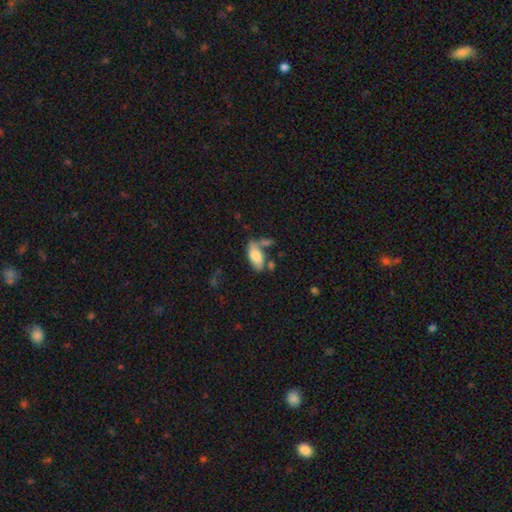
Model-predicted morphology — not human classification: smooth_or_featured: smooth (p=0.73) [alt: featured or disk p=0.20]
how_rounded: in between (p=0.86) [alt: cigar-shaped p=0.11]
merging: none (p=0.49) [alt: minor disturbance p=0.21]